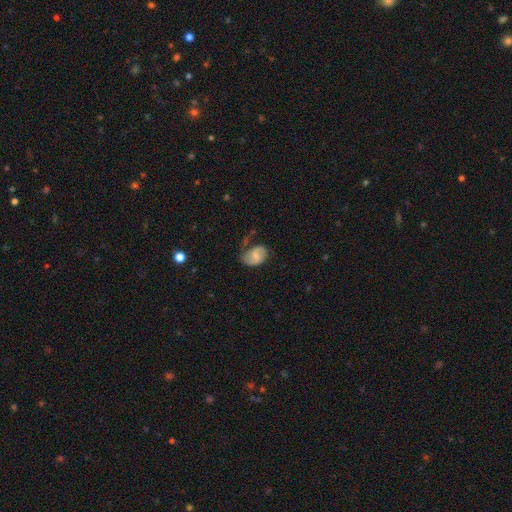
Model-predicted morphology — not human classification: Smooth or featured? featured or disk (49%)
Merging? none (46%)